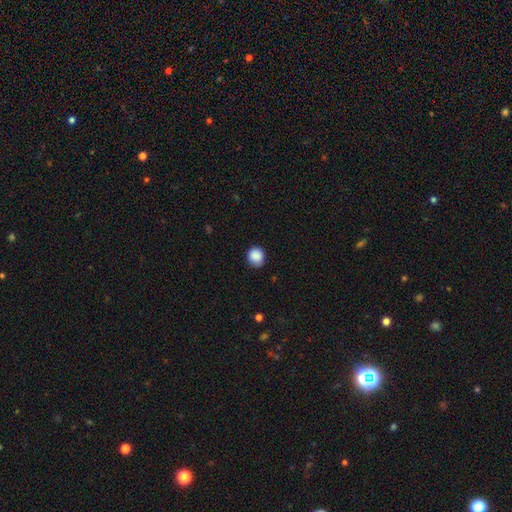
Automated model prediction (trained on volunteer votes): This is clearly a smooth galaxy (88%). How rounded: clearly round (82%). Merging: clearly none (81%).